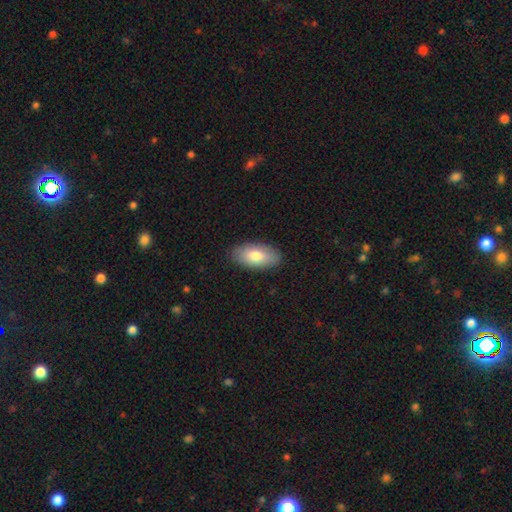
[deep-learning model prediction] Smooth or featured: smooth — 79% (featured or disk — 15%)
How rounded: in between — 93% (cigar-shaped — 4%)
Merging: none — 88% (minor disturbance — 9%)